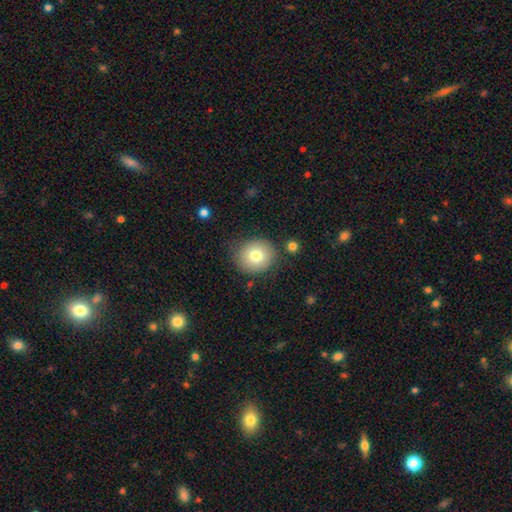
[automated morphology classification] smooth-or-featured: smooth: 76% | featured or disk: 14% | star or artifact: 10%
  how-rounded: round: 85% | in between: 14% | cigar-shaped: 1%
  merging: none: 79% | minor disturbance: 13% | major disturbance: 4% | merger: 4%